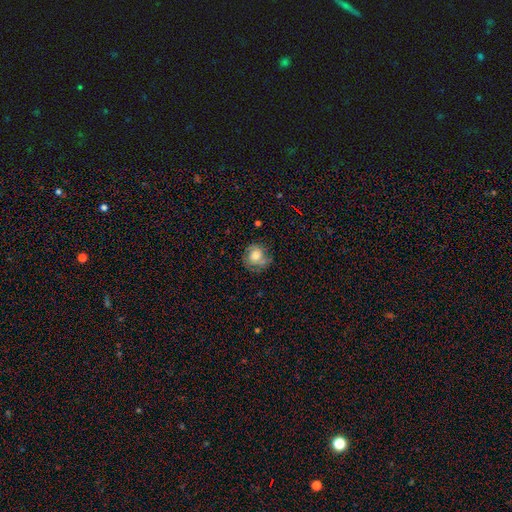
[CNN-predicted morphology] Overall: smooth (48%; featured or disk 42%). Merging: none (65%).